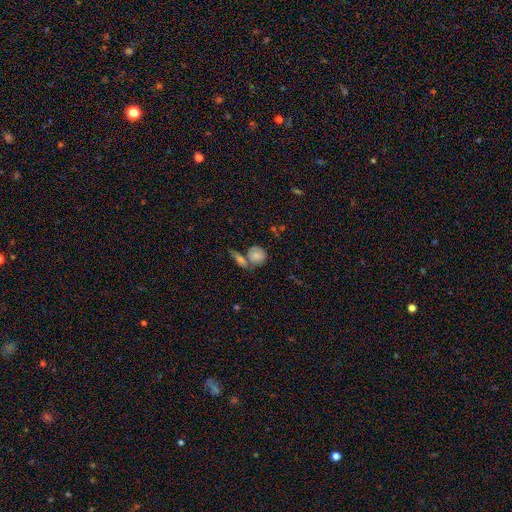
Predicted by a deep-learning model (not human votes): A smooth galaxy with no disk features (76%) that is round (73%). Merging: none (46%).